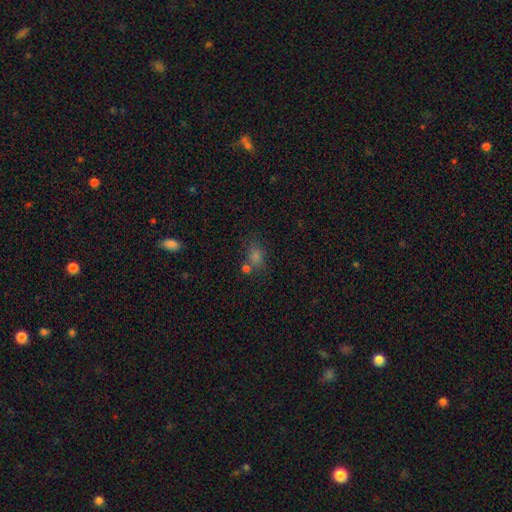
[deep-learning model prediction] The model was most divided on "how rounded": in between: 62%, round: 34%, cigar-shaped: 4%. More confident: smooth or featured — smooth (64%); merging — none (64%).